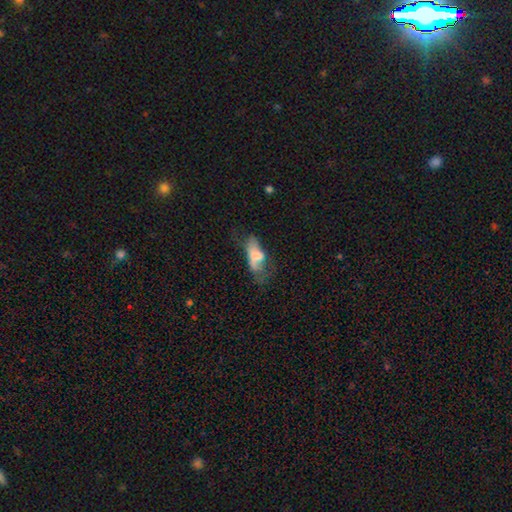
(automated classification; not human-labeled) The model was most divided on "merging": major disturbance: 38%, none: 29%, minor disturbance: 25%, merger: 8%. More confident: how rounded — in between (81%); smooth or featured — smooth (57%).